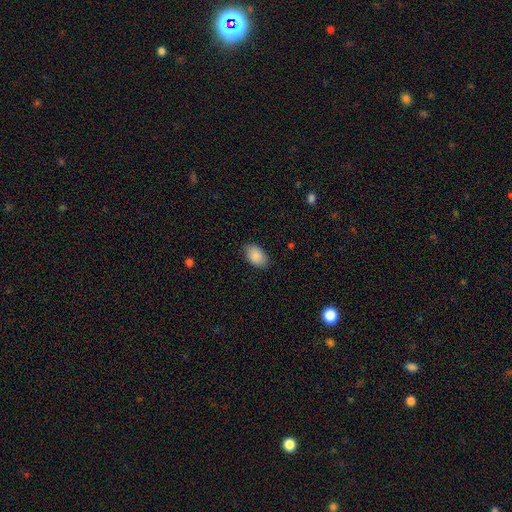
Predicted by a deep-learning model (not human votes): Morphology: type=smooth (89%); roundness=in between (91%); merging=none (84%).